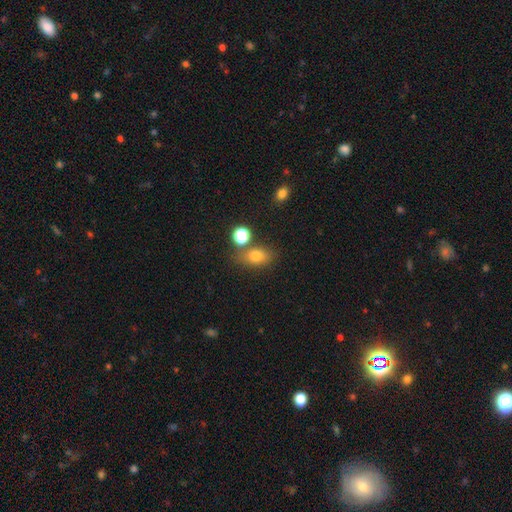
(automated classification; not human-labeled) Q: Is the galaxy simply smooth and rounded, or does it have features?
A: smooth — 75%.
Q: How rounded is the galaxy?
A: in between — 70%.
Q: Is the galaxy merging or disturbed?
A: none — 68%.